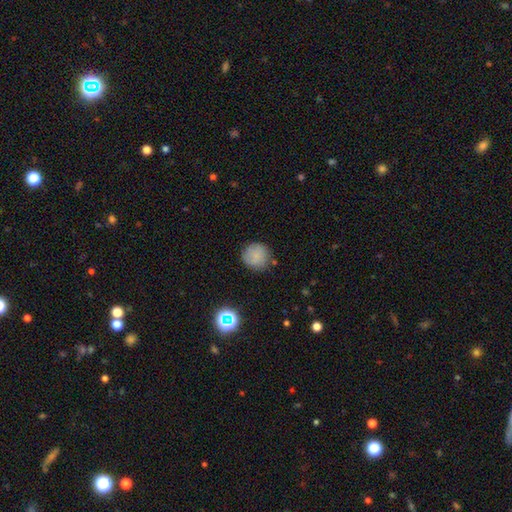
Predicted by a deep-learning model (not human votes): Smooth or featured: smooth — 79% (star or artifact — 11%)
How rounded: round — 93% (in between — 6%)
Merging: none — 80% (minor disturbance — 14%)